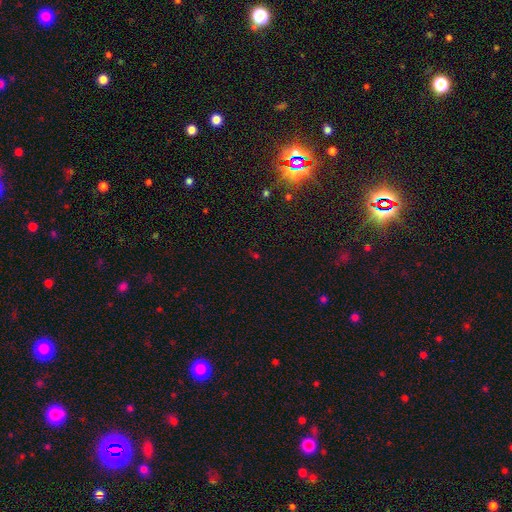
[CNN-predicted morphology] Smooth or featured: star or artifact — 67% (smooth — 25%)